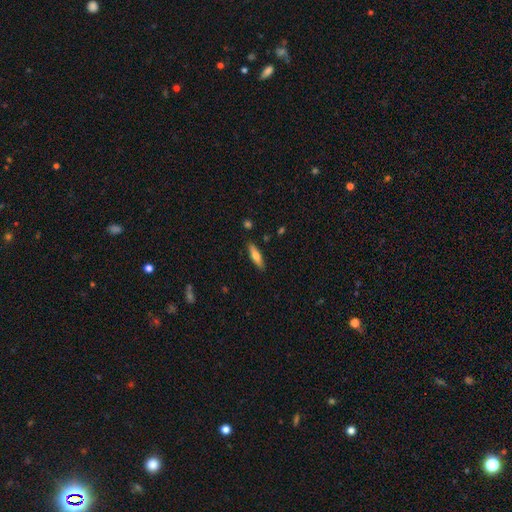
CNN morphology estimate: smooth-or-featured: smooth: 64% | featured or disk: 30% | star or artifact: 6%
  how-rounded: cigar-shaped: 65% | in between: 33% | round: 2%
  merging: none: 88% | minor disturbance: 9% | major disturbance: 2% | merger: 2%